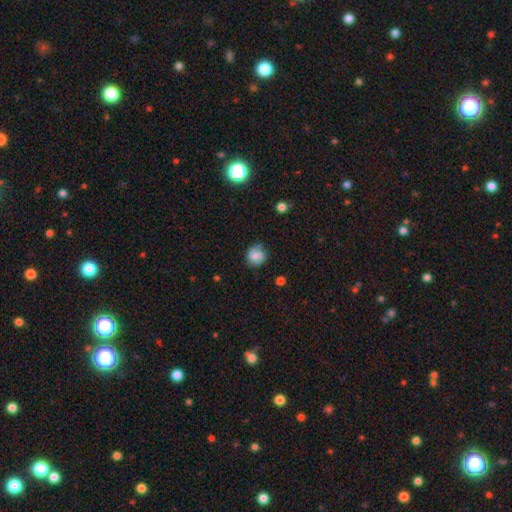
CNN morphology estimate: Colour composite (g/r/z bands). It shows a smooth galaxy with no disk features (66%) that is round (81%). Merging: none (69%).